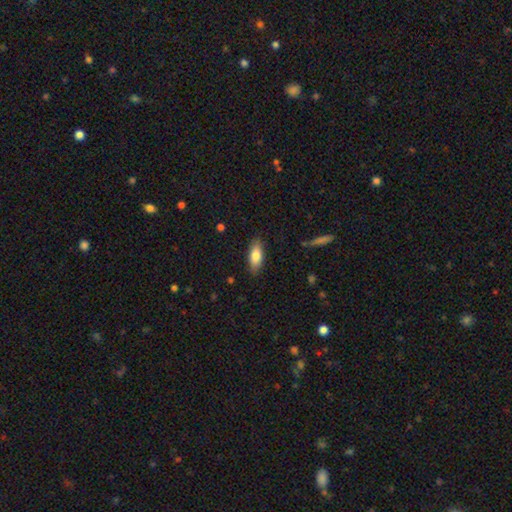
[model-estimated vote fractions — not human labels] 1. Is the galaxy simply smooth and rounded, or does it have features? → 80% smooth, 14% featured or disk, 6% star or artifact.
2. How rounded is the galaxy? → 77% in between, 21% cigar-shaped, 2% round.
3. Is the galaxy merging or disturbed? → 85% none, 12% minor disturbance, 2% major disturbance, 1% merger.